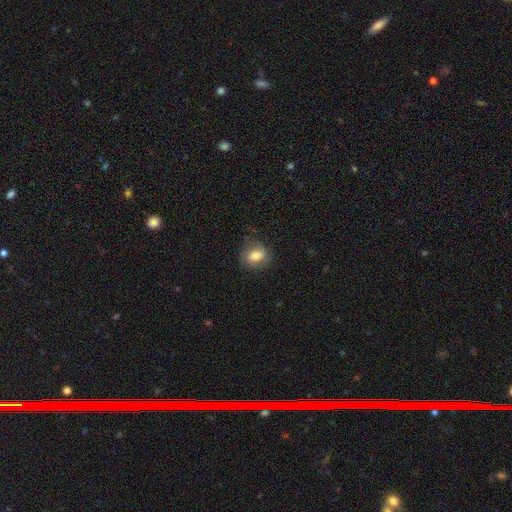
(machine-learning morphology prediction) This appears to be a smooth galaxy with no disk features (74%) that is in between round and cigar-shaped (62%). Merging: none (71%).